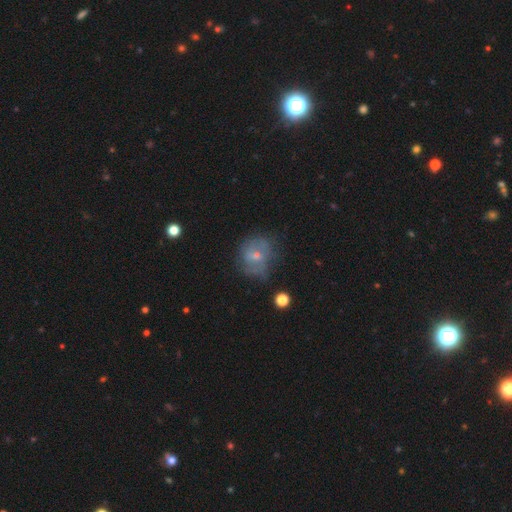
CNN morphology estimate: smooth-or-featured: smooth: 47% | featured or disk: 41% | star or artifact: 12%
  merging: none: 48% | minor disturbance: 29% | major disturbance: 19% | merger: 4%